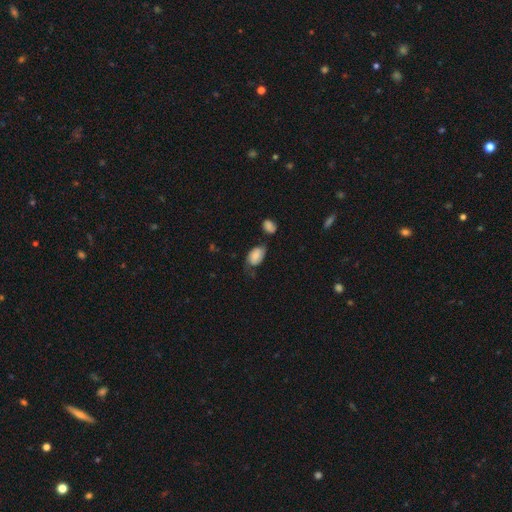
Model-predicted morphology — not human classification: Smooth or featured: smooth — 73% (featured or disk — 19%)
How rounded: in between — 90% (round — 8%)
Merging: none — 45% (minor disturbance — 33%)